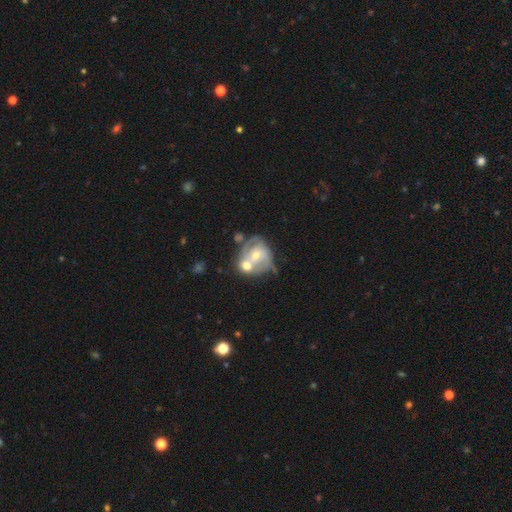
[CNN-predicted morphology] The model was most divided on "bulge size": moderate: 57%, small: 36%, large: 4%, none: 2%, dominant: 1%. More confident: edge-on disk — no (97%); bar — no (68%); smooth or featured — featured or disk (67%); spiral arms — yes (65%); merging — merger (52%).